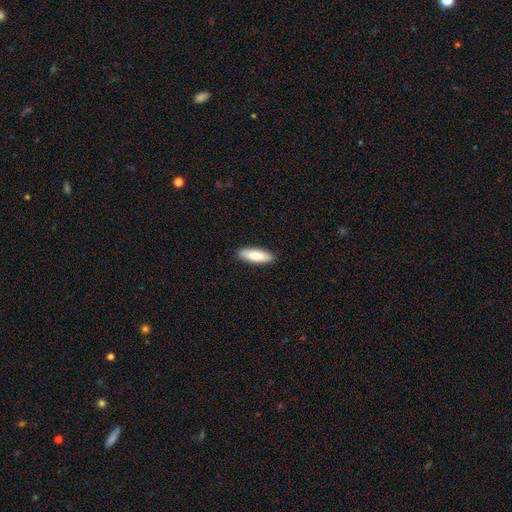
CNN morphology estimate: Q: Smooth or featured?
A: smooth (84%); runner-up: featured or disk (11%)
Q: How rounded?
A: in between (49%); tied with: cigar-shaped (49%)
Q: Merging?
A: none (90%); runner-up: minor disturbance (8%)